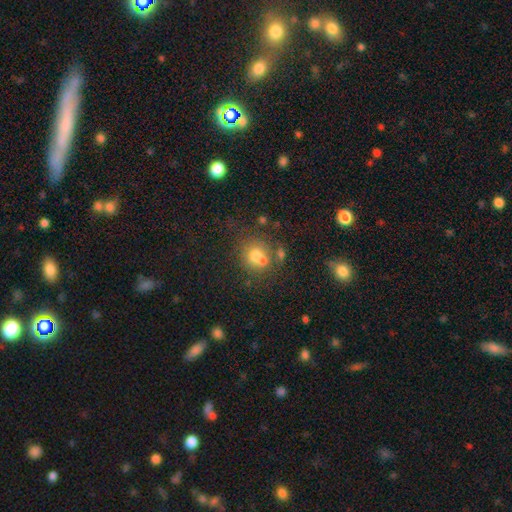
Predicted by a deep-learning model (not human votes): Q: Smooth or featured?
A: smooth (68%); runner-up: featured or disk (17%)
Q: How rounded?
A: round (82%); runner-up: in between (17%)
Q: Merging?
A: none (48%); runner-up: merger (36%)